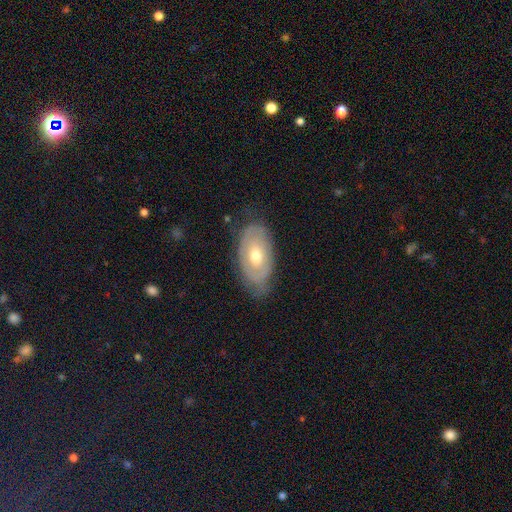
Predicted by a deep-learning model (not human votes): Q: Smooth or featured?
A: featured or disk (57%); runner-up: smooth (37%)
Q: Edge-on disk?
A: no (89%); runner-up: yes (11%)
Q: Bar?
A: no (78%); runner-up: weak (18%)
Q: Spiral arms?
A: no (53%); runner-up: yes (47%)
Q: Bulge size?
A: moderate (69%); runner-up: small (24%)
Q: Merging?
A: none (67%); runner-up: minor disturbance (25%)